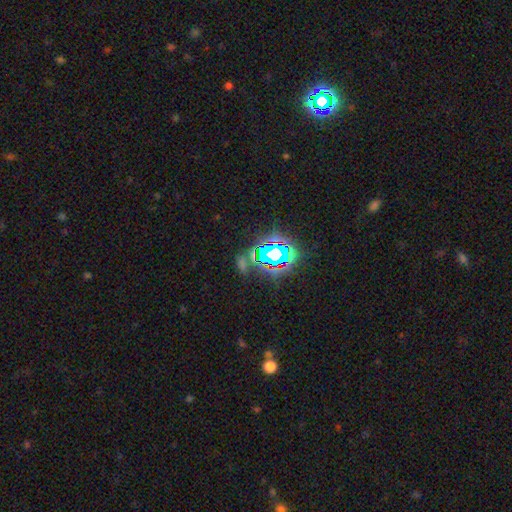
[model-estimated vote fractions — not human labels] star or artifact 62%, smooth 25%, featured or disk 12%.